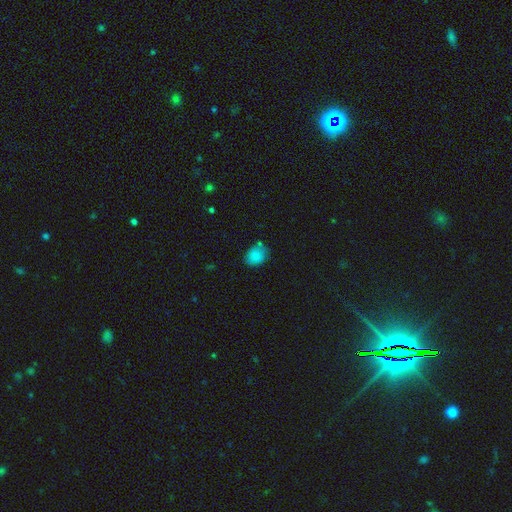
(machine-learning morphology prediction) This is clearly a smooth galaxy (83%). How rounded: possibly in between (54%). Merging: likely none (66%).